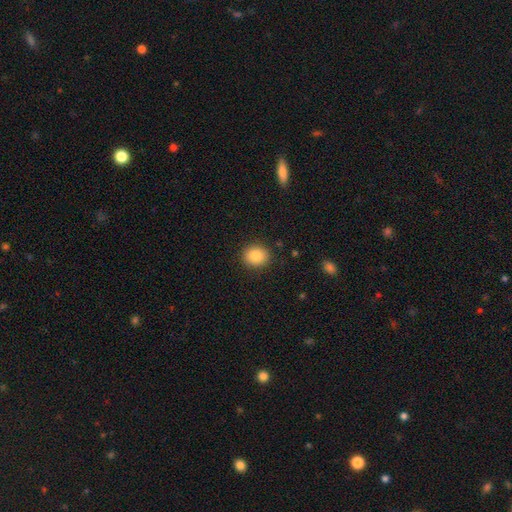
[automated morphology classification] Q: Smooth or featured?
A: smooth (85%); runner-up: star or artifact (9%)
Q: How rounded?
A: round (74%); runner-up: in between (25%)
Q: Merging?
A: none (89%); runner-up: minor disturbance (7%)